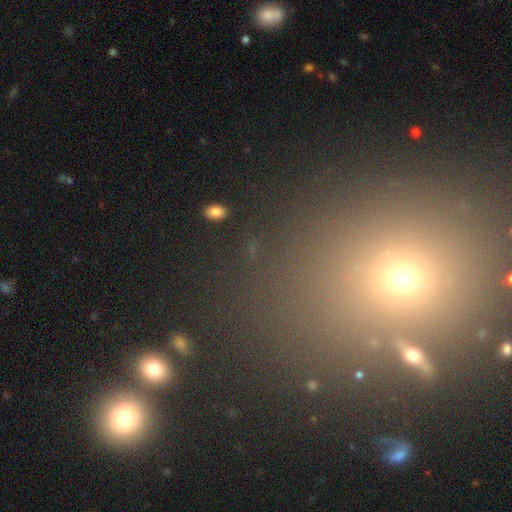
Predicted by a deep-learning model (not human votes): A smooth galaxy with no disk features (47%). Merging: none (80%).